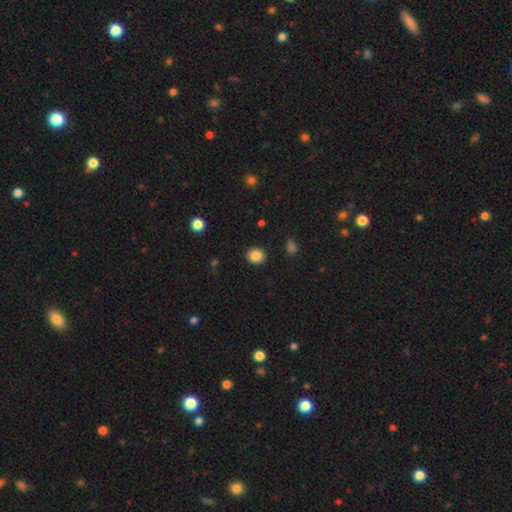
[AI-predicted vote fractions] smooth 86%, star or artifact 9%, featured or disk 5%. Down the decision tree: how rounded — round (79%); merging — none (91%).